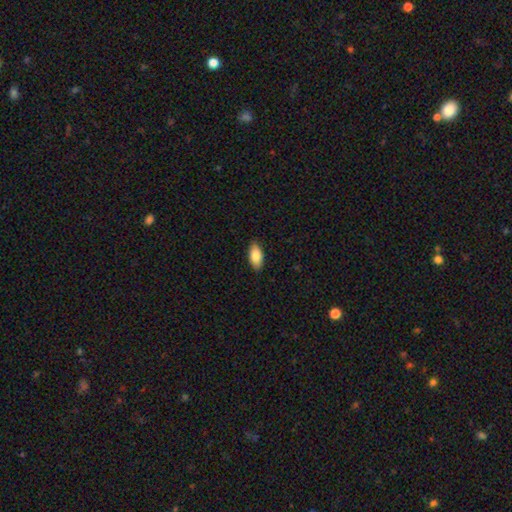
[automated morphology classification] type=smooth (83%); roundness=in between (91%); merging=none (88%).